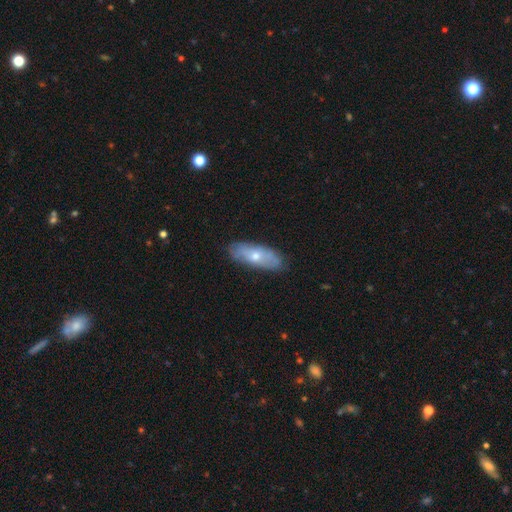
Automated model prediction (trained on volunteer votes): The model was most divided on "smooth or featured": smooth: 52%, featured or disk: 41%, star or artifact: 6%. More confident: merging — none (79%); how rounded — in between (73%).